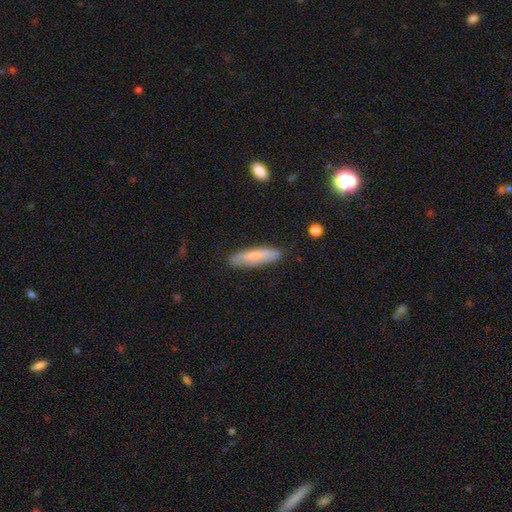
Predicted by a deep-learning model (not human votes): Overall: smooth (70%). How rounded: cigar-shaped (73%). Merging: none (84%).